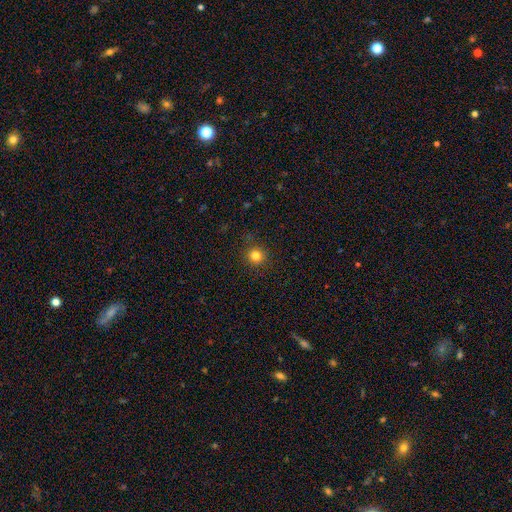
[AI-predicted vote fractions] Smooth or featured? smooth (81%)
How rounded? round (92%)
Merging? none (89%)